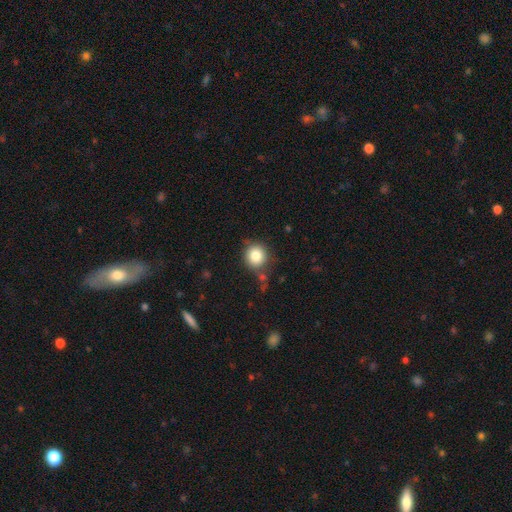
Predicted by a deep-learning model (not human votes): This is clearly a smooth galaxy (83%). How rounded: clearly round (91%). Merging: likely none (76%).